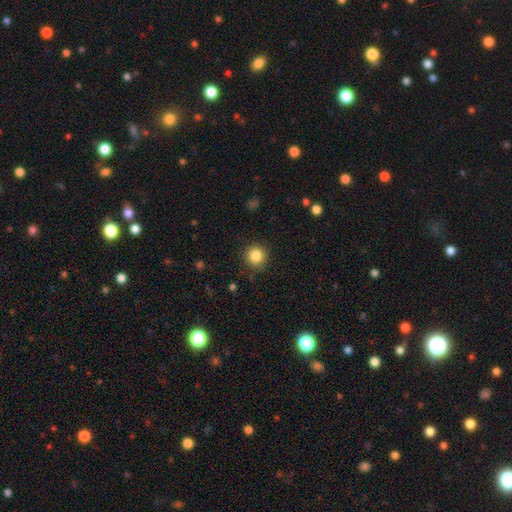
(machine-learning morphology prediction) Smooth or featured? smooth (85%)
How rounded? round (94%)
Merging? none (89%)